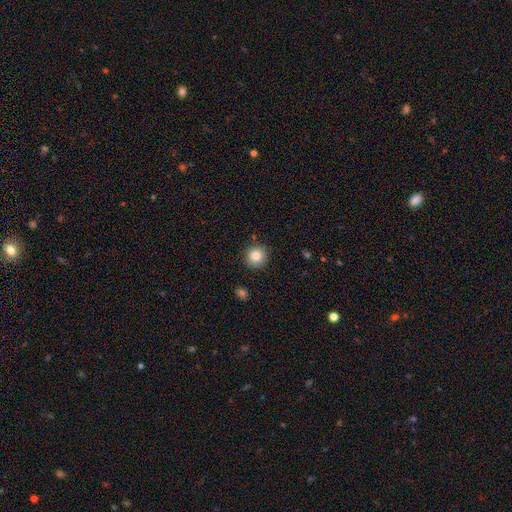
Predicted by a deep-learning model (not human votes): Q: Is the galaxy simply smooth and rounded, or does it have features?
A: smooth — 84%.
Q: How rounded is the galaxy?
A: round — 93%.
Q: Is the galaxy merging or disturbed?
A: none — 88%.